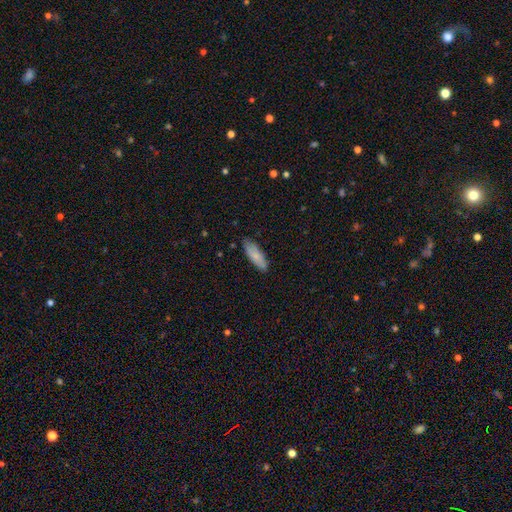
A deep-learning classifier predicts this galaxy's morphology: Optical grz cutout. It shows a smooth galaxy with no disk features (80%) that is in between round and cigar-shaped (59%). Merging: none (83%).